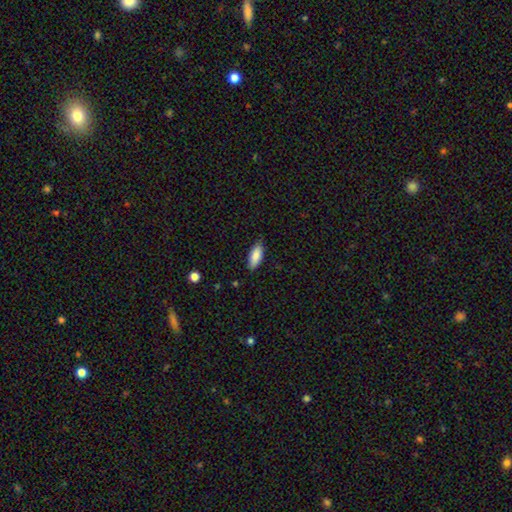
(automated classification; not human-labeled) smooth_or_featured: smooth (p=0.86) [alt: featured or disk p=0.08]
how_rounded: in between (p=0.78) [alt: cigar-shaped p=0.20]
merging: none (p=0.81) [alt: minor disturbance p=0.16]